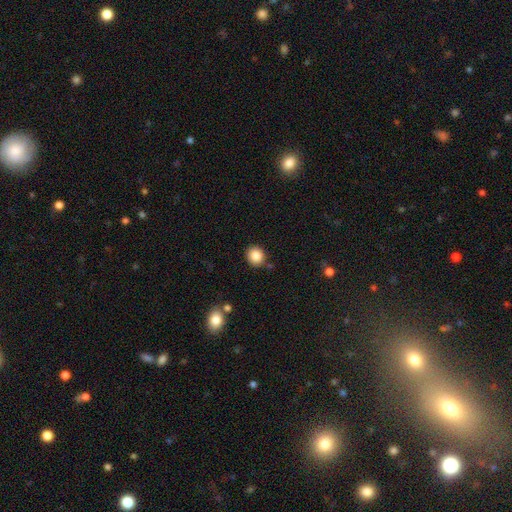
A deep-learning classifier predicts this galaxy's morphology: type=smooth (85%); roundness=round (85%); merging=none (87%).